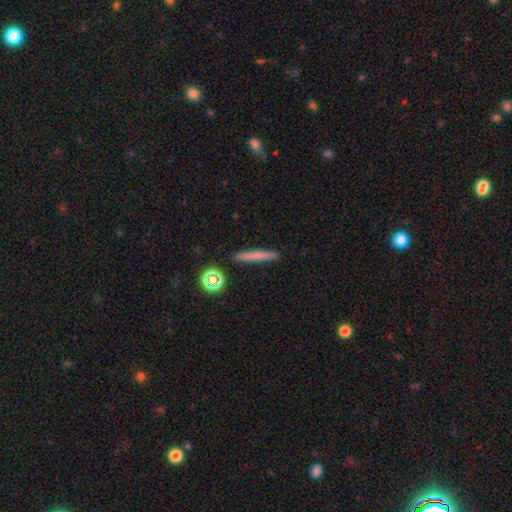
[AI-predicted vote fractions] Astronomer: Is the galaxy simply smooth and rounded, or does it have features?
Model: smooth — 69%.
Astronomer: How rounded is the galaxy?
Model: cigar-shaped — 94%.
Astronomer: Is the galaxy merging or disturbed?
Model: none — 91%.